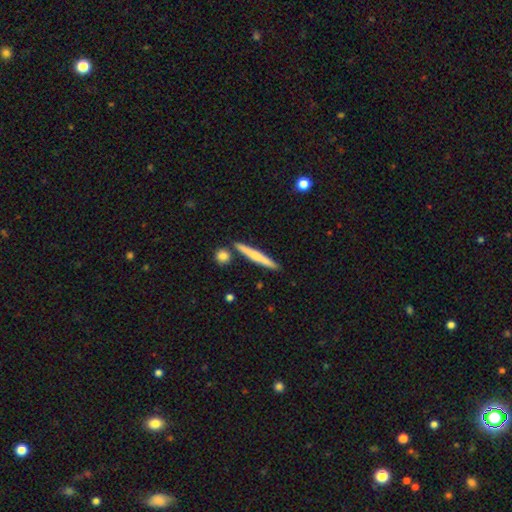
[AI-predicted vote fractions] Smooth or featured? Predicted: smooth (p=0.58). How rounded? Predicted: cigar-shaped (p=0.95). Merging? Predicted: none (p=0.85).